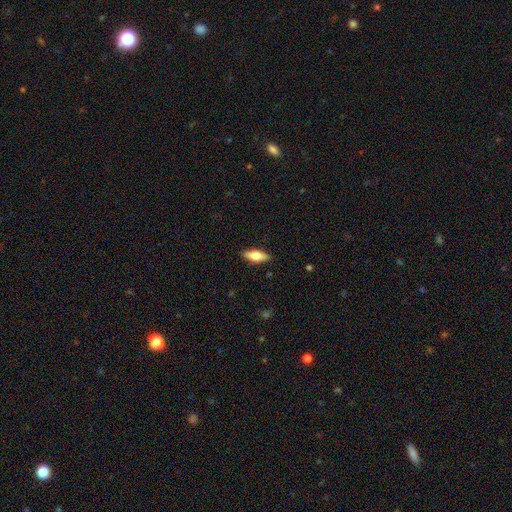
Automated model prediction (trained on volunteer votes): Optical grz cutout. It shows a smooth galaxy with no disk features (63%) that is in between round and cigar-shaped (60%). Merging: none (89%).